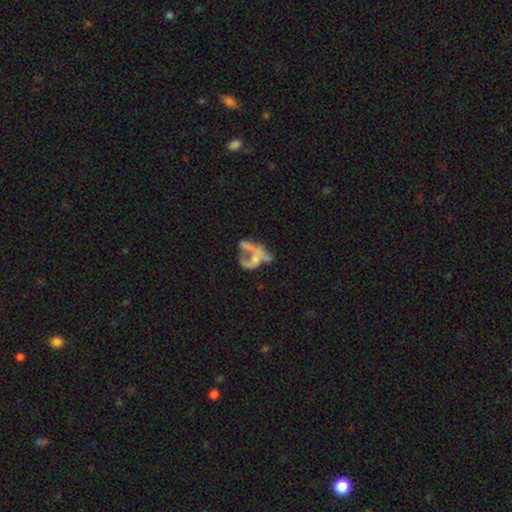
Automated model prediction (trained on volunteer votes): The model was most divided on "merging": major disturbance: 40%, merger: 29%, none: 20%, minor disturbance: 11%. More confident: edge-on disk — no (96%); bar — no (89%); spiral arms — no (87%); bulge size — none (57%); smooth or featured — featured or disk (53%).